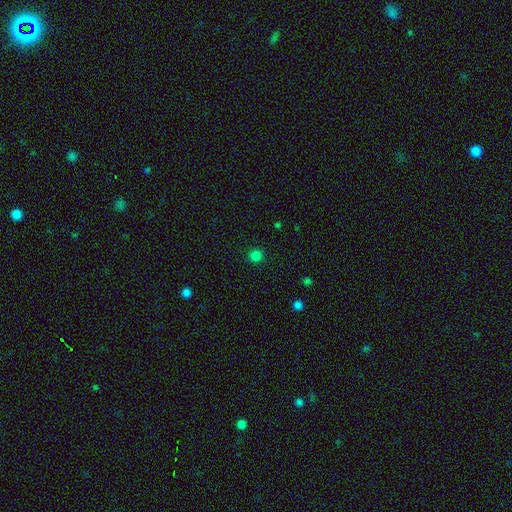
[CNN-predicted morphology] type=smooth (80%); roundness=round (94%); merging=none (91%).